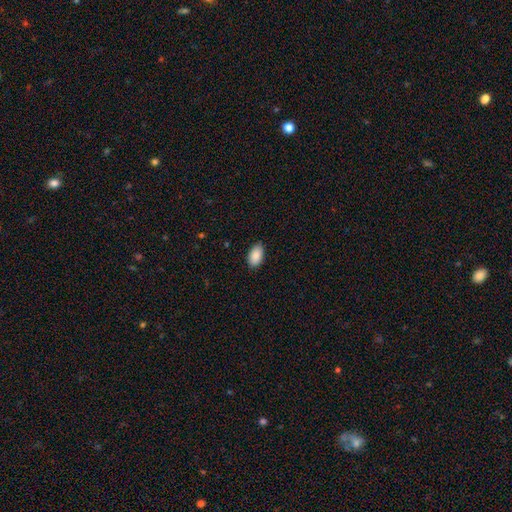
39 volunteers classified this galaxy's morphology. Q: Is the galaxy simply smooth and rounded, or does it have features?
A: smooth — 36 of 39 (92%).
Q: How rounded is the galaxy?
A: in between — 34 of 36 (94%).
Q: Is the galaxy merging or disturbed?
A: none — 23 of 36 (64%).